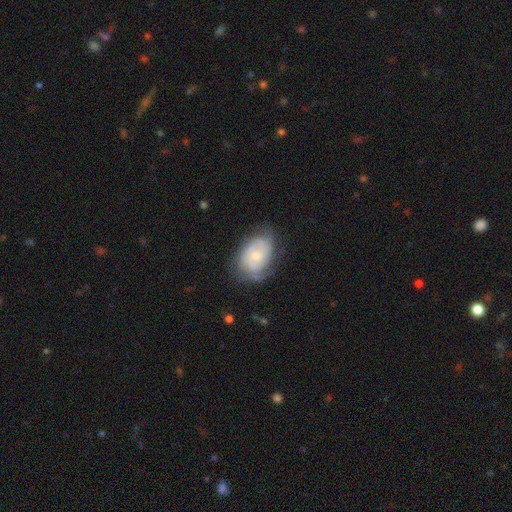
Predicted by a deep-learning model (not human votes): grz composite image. It shows a featured or disk galaxy (59%) with no bar (67%), spiral arms (80%) and a small central bulge (52%). Merging: none (59%).